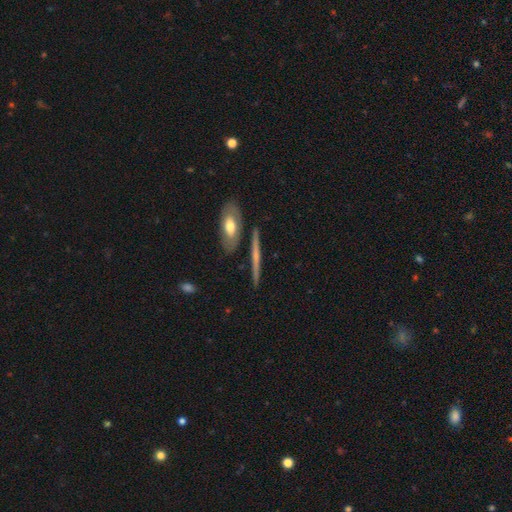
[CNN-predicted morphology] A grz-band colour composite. It shows a featured or disk galaxy (61%) viewed edge-on (91%) with a rounded central bulge (55%). Merging: none (82%).